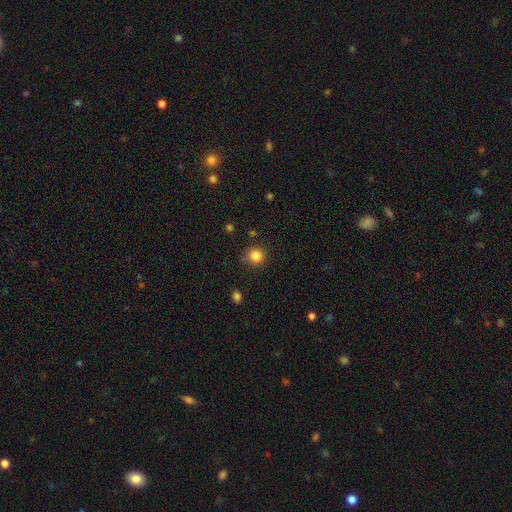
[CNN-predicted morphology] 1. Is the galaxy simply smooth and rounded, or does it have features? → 84% smooth, 12% star or artifact, 4% featured or disk.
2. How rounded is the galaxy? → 92% round, 8% in between, 1% cigar-shaped.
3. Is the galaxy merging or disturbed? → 78% none, 15% minor disturbance, 4% major disturbance, 3% merger.